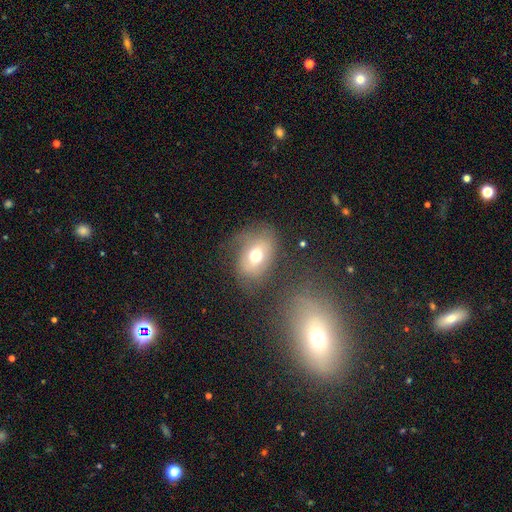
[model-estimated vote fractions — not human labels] A smooth galaxy with no disk features (60%) that is in between round and cigar-shaped (70%).

Vote fractions:
- Smooth or featured? smooth: 60% / featured or disk: 29% / star or artifact: 11%
- How rounded? in between: 70% / round: 29% / cigar-shaped: 1%
- Merging? none: 53% / minor disturbance: 25% / major disturbance: 17% / merger: 5%